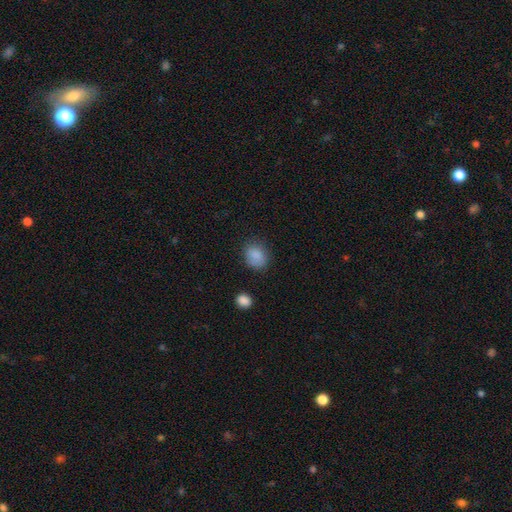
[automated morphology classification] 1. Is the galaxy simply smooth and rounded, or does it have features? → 86% smooth, 9% star or artifact, 5% featured or disk.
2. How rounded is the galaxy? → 52% in between, 47% round, 1% cigar-shaped.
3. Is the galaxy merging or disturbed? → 75% none, 18% minor disturbance, 5% major disturbance, 2% merger.